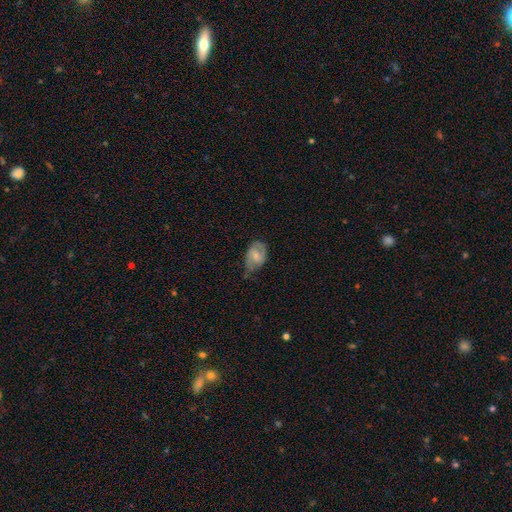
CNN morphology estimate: This appears to be a smooth galaxy with no disk features (51%) that is in between round and cigar-shaped (84%). Merging: none (48%).